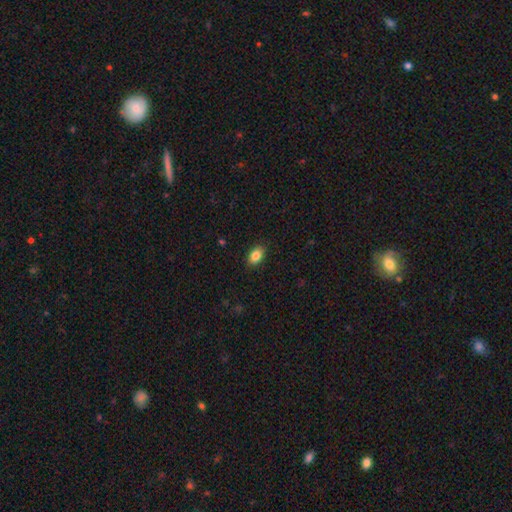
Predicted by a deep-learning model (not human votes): A smooth galaxy with no disk features (85%) that is in between round and cigar-shaped (88%).

Vote fractions:
- Smooth or featured? smooth: 85% / star or artifact: 9% / featured or disk: 7%
- How rounded? in between: 88% / round: 10% / cigar-shaped: 2%
- Merging? none: 89% / minor disturbance: 9% / major disturbance: 2% / merger: 1%